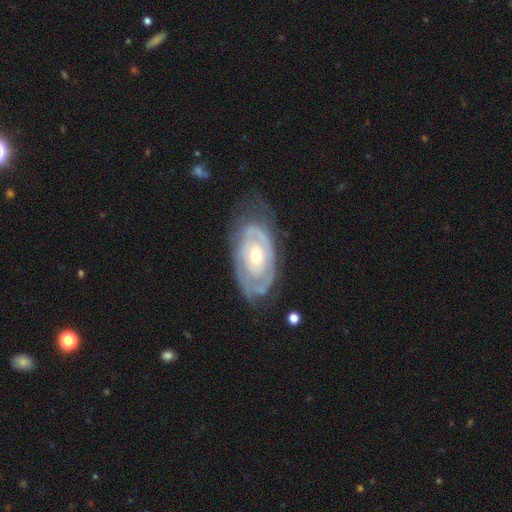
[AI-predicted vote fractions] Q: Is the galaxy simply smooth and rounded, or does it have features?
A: featured or disk — 81%.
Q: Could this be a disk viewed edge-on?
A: no — 94%.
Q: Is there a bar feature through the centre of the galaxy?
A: no — 77%.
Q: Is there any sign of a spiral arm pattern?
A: yes — 76%.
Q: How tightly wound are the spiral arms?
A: tight — 74%.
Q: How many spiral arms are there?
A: can't tell — 47%.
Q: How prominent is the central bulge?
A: moderate — 69%.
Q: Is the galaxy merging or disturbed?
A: none — 62%.